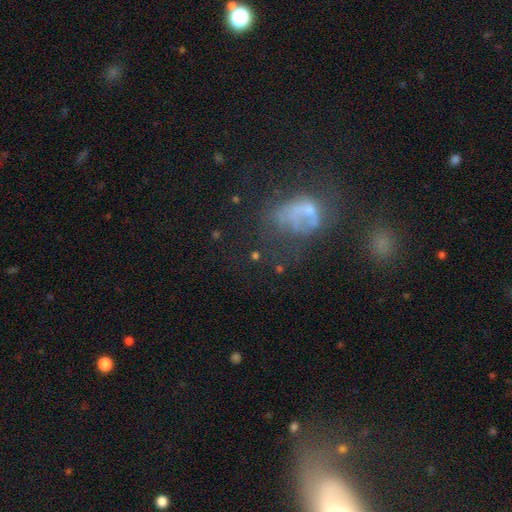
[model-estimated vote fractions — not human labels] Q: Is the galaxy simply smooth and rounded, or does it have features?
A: featured or disk — 38%.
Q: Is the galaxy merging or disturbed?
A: none — 35%, tied with major disturbance.